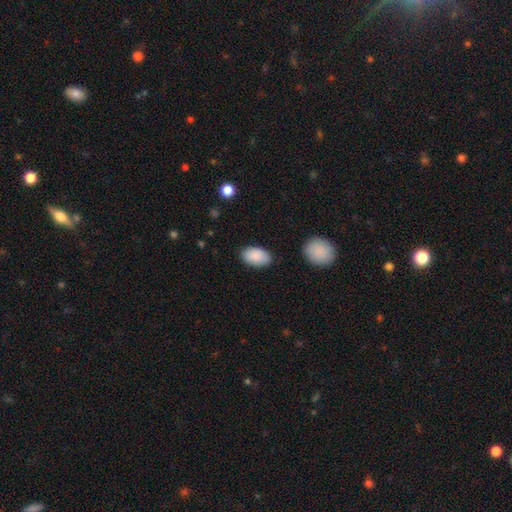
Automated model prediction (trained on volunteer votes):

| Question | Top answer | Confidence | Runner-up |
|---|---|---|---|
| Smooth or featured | smooth | 89% | star or artifact (6%) |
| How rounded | in between | 93% | round (5%) |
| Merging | none | 84% | minor disturbance (12%) |